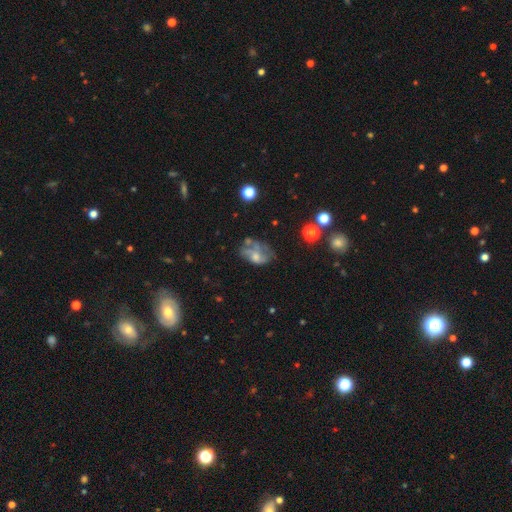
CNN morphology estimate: featured or disk 49%, smooth 38%, star or artifact 13%. Down the decision tree: merging — major disturbance (33%).